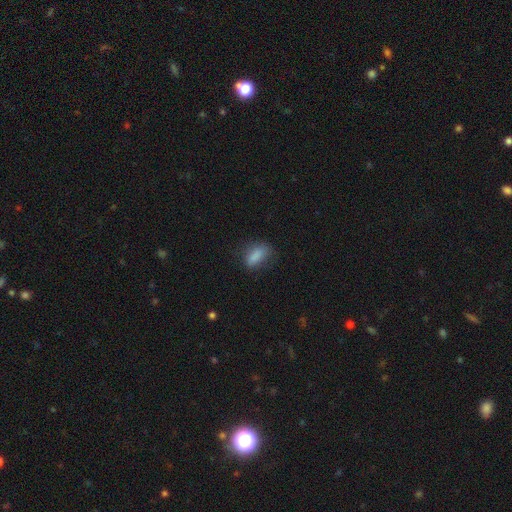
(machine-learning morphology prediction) smooth_or_featured: smooth (p=0.83) [alt: star or artifact p=0.09]
how_rounded: in between (p=0.82) [alt: cigar-shaped p=0.13]
merging: none (p=0.66) [alt: minor disturbance p=0.23]